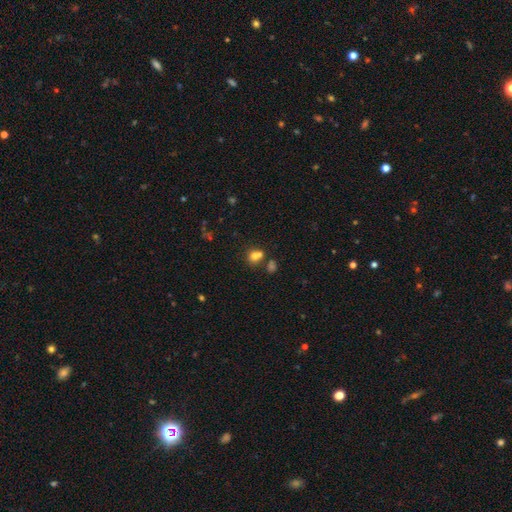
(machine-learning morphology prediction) A smooth galaxy with no disk features (71%) that is round (61%). Merging: merger (43%).